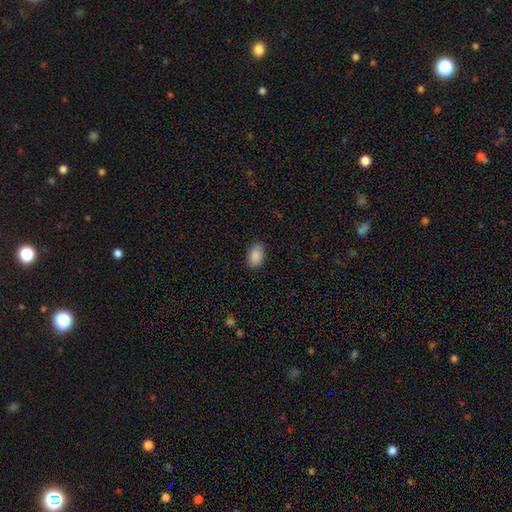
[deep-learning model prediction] Smooth or featured: smooth — 90% (star or artifact — 7%)
How rounded: in between — 91% (round — 8%)
Merging: none — 87% (minor disturbance — 10%)